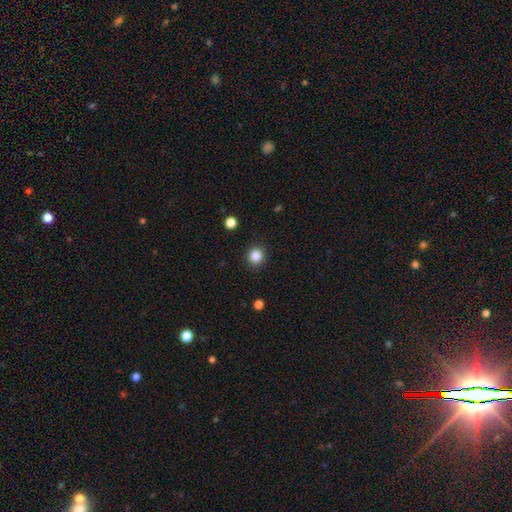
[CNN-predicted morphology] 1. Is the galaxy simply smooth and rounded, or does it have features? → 86% smooth, 11% star or artifact, 3% featured or disk.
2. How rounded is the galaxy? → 90% round, 9% in between, 1% cigar-shaped.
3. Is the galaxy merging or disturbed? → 90% none, 6% minor disturbance, 2% major disturbance, 1% merger.